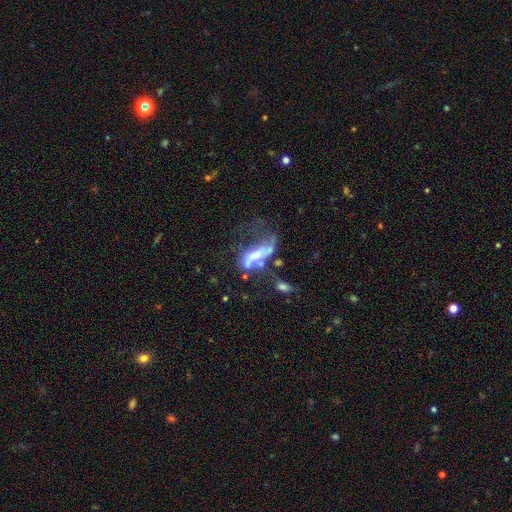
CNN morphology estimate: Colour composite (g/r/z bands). It shows a featured or disk galaxy (62%) with no bar (52%), no spiral arms (54%) and a moderate central bulge (37%). Merging: major disturbance (38%).